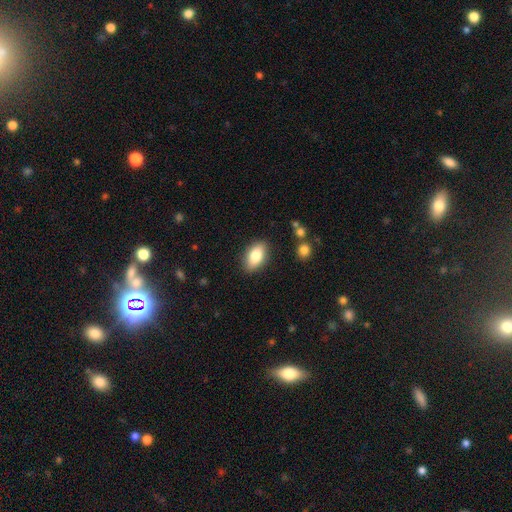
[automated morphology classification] smooth_or_featured: smooth (p=0.82) [alt: featured or disk p=0.11]
how_rounded: in between (p=0.90) [alt: round p=0.06]
merging: none (p=0.86) [alt: minor disturbance p=0.11]